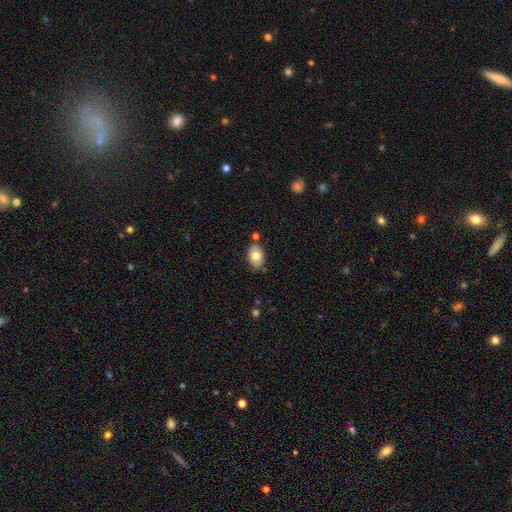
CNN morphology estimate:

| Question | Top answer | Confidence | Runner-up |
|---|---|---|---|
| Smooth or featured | smooth | 71% | featured or disk (21%) |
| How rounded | in between | 84% | round (15%) |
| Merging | none | 76% | minor disturbance (15%) |